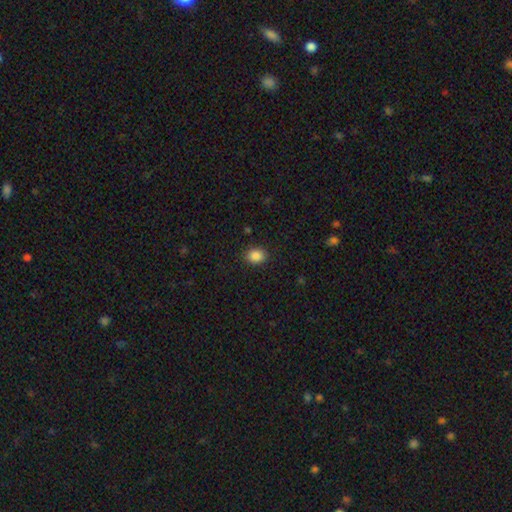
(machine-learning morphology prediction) Smooth or featured: smooth — 87% (star or artifact — 9%)
How rounded: in between — 51% (round — 48%)
Merging: none — 89% (minor disturbance — 8%)